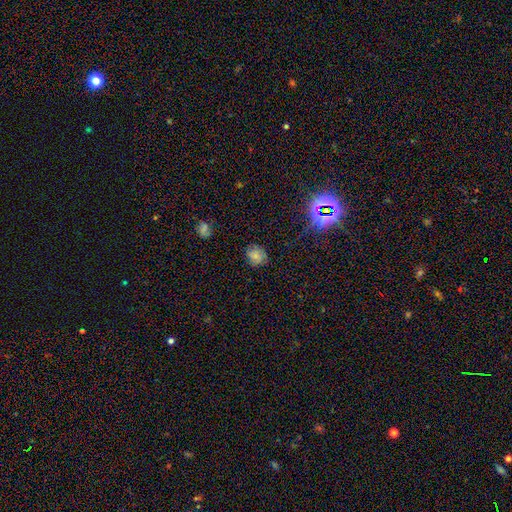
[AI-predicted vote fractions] Morphology: type=smooth (71%); roundness=round (62%); merging=none (77%).